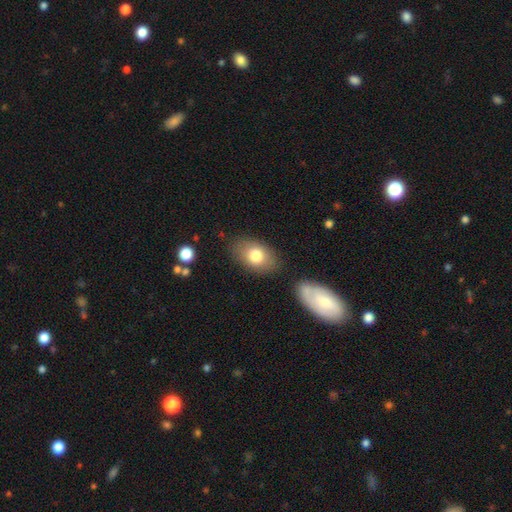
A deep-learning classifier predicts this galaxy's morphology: A smooth galaxy with no disk features (78%) that is in between round and cigar-shaped (85%).

Vote fractions:
- Smooth or featured? smooth: 78% / featured or disk: 14% / star or artifact: 8%
- How rounded? in between: 85% / round: 14% / cigar-shaped: 1%
- Merging? none: 79% / minor disturbance: 14% / major disturbance: 4% / merger: 4%